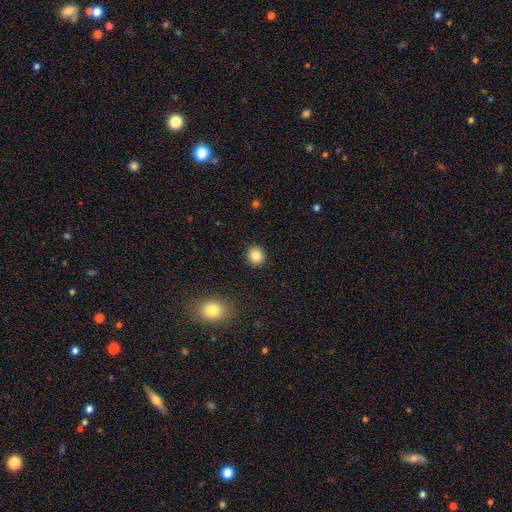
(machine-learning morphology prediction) This appears to be a smooth galaxy with no disk features (84%) that is round (86%). Merging: none (92%).